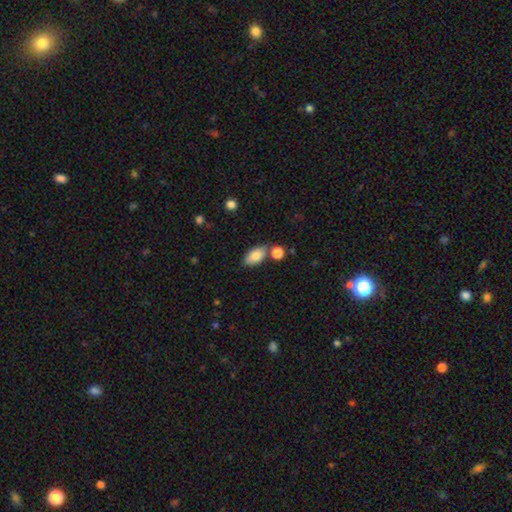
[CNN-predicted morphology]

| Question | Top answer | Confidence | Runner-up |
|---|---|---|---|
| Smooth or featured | smooth | 85% | featured or disk (8%) |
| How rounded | in between | 93% | round (5%) |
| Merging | none | 71% | minor disturbance (13%) |